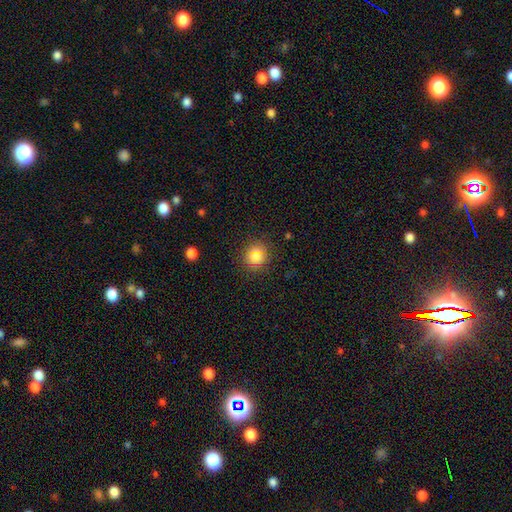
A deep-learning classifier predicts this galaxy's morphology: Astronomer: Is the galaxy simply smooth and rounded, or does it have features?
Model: smooth — 82%.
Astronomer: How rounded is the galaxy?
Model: round — 86%.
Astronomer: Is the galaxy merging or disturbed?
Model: none — 86%.